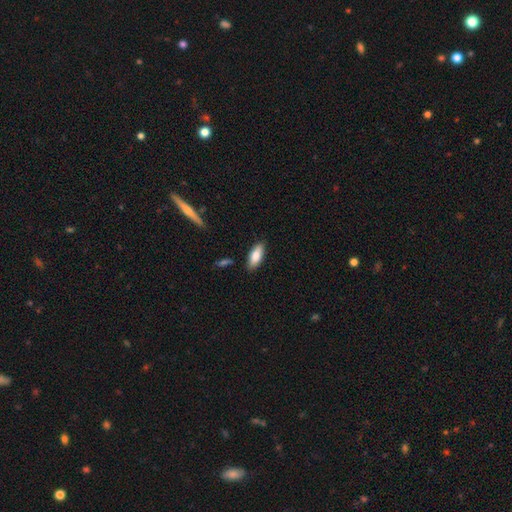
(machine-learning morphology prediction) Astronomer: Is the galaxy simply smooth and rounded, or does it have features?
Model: smooth — 82%.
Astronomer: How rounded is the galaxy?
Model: in between — 78%.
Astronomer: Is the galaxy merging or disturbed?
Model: none — 86%.